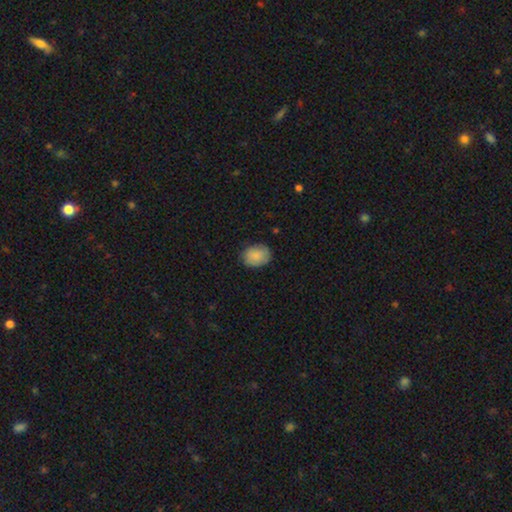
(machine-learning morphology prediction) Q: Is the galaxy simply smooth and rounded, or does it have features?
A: smooth — 88%.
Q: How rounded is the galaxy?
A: in between — 64%.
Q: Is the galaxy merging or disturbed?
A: none — 81%.